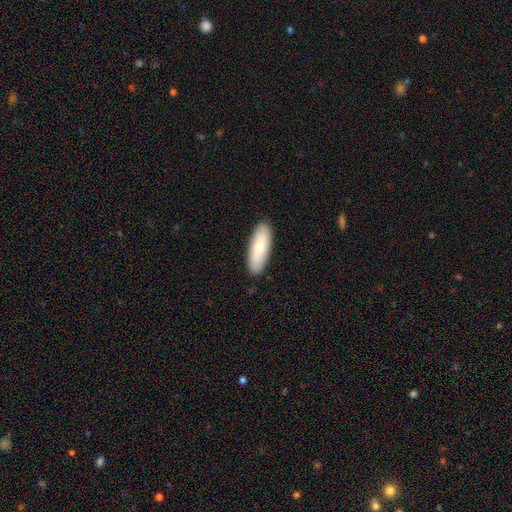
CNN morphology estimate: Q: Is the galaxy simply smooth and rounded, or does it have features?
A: smooth — 77%.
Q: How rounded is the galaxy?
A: in between — 59%.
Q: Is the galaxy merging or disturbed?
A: none — 90%.